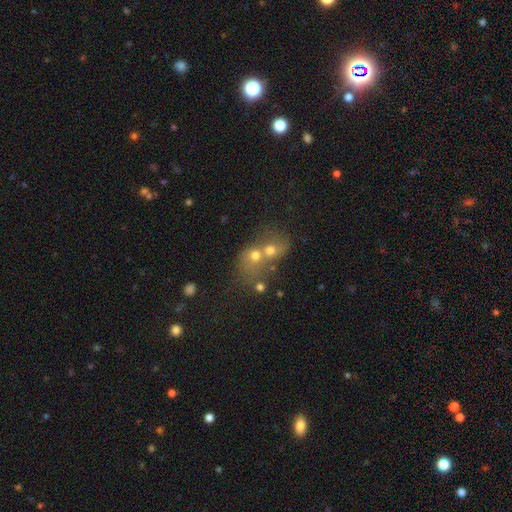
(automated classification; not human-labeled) smooth-or-featured: smooth: 56% | featured or disk: 27% | star or artifact: 17%
  how-rounded: round: 62% | in between: 37% | cigar-shaped: 1%
  merging: merger: 74% | none: 16% | minor disturbance: 5% | major disturbance: 5%